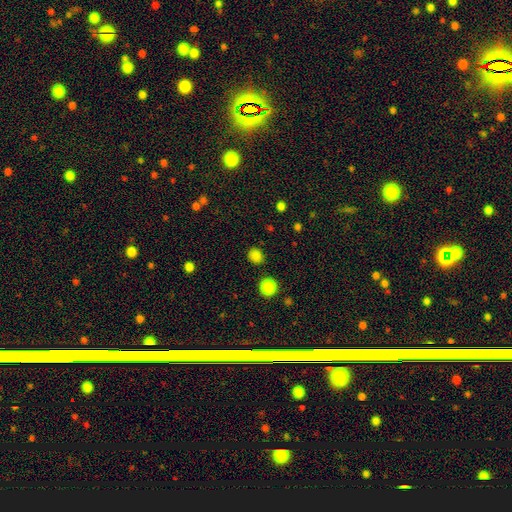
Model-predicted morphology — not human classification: Smooth or featured?
  - smooth: 81% *
  - star or artifact: 16%
  - featured or disk: 3%
How rounded?
  - round: 77% *
  - in between: 22%
  - cigar-shaped: 1%
Merging?
  - none: 87% *
  - minor disturbance: 8%
  - major disturbance: 3%
  - merger: 2%